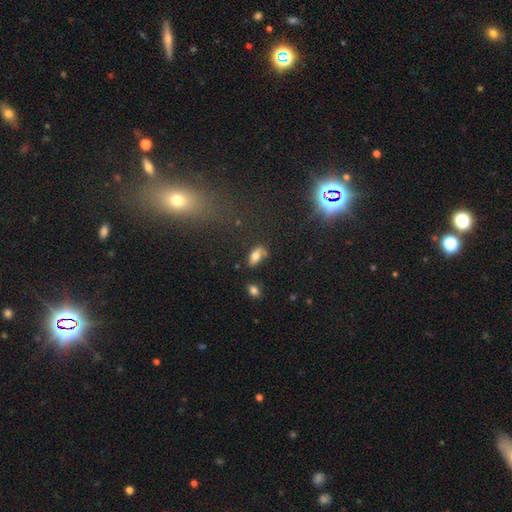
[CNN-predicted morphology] Smooth or featured? smooth (73%)
How rounded? in between (90%)
Merging? none (56%)